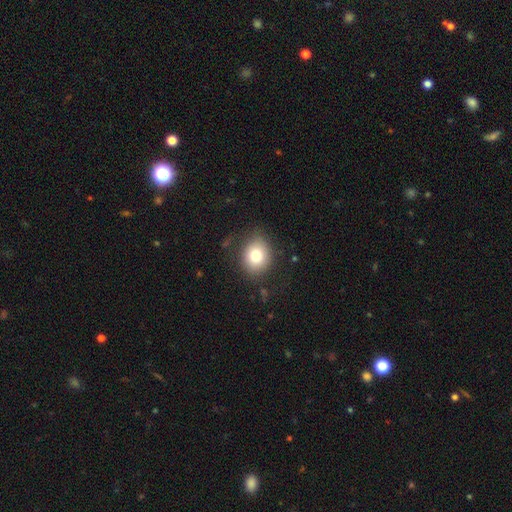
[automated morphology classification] A smooth galaxy with no disk features (78%) that is round (65%). Merging: none (80%).